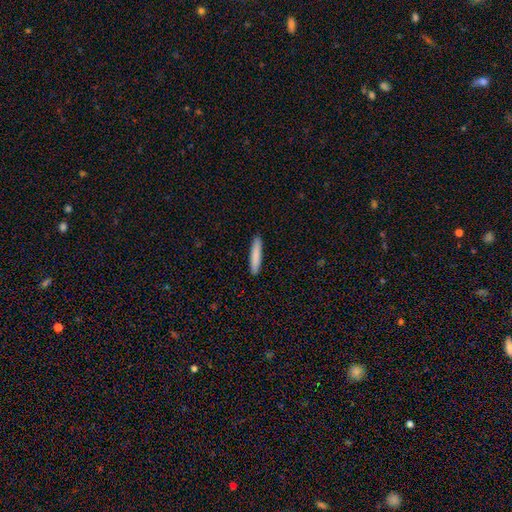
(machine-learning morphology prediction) Q: Smooth or featured?
A: smooth (84%); runner-up: featured or disk (10%)
Q: How rounded?
A: cigar-shaped (91%); runner-up: in between (7%)
Q: Merging?
A: none (91%); runner-up: minor disturbance (6%)